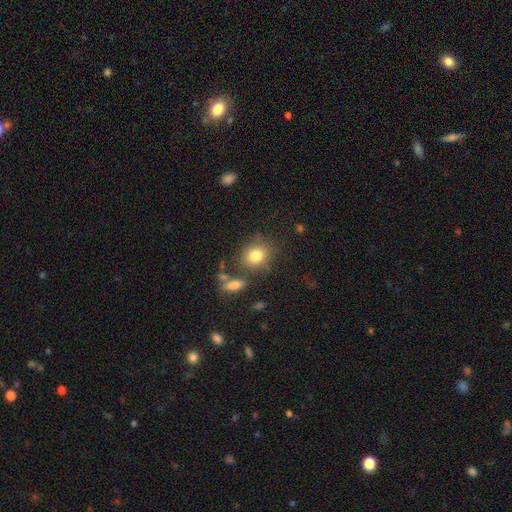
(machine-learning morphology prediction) Smooth or featured? smooth (81%)
How rounded? round (57%)
Merging? none (71%)